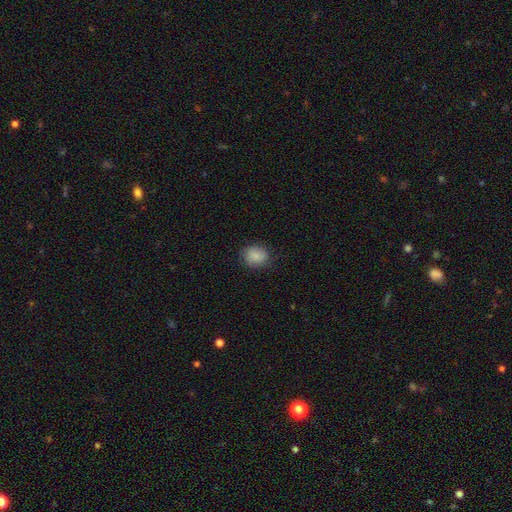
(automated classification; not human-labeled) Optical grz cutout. It shows a smooth galaxy with no disk features (85%) that is round (69%). Merging: none (81%).